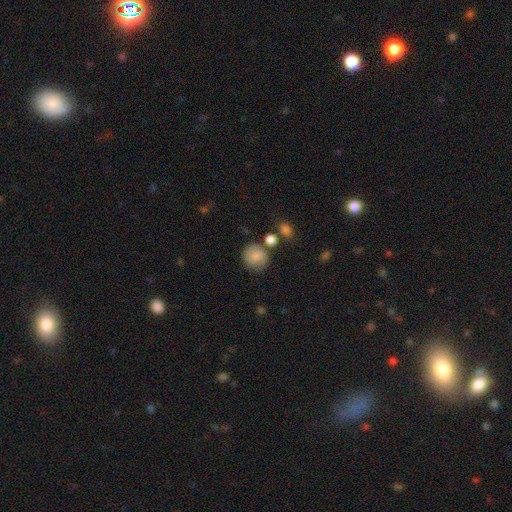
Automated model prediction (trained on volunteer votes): Q: Smooth or featured?
A: smooth (75%); runner-up: featured or disk (16%)
Q: How rounded?
A: round (85%); runner-up: in between (14%)
Q: Merging?
A: none (66%); runner-up: minor disturbance (19%)